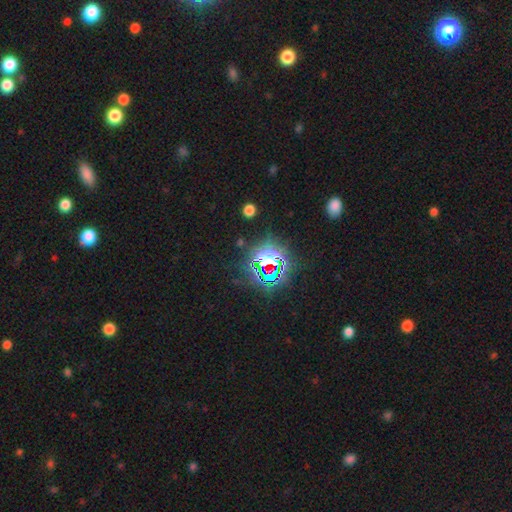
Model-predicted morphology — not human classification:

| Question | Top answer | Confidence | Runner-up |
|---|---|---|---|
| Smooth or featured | star or artifact | 79% | smooth (13%) |